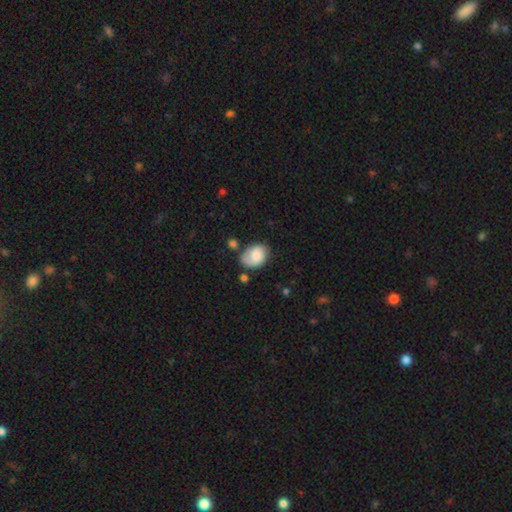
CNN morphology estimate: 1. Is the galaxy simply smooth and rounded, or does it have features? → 69% smooth, 23% featured or disk, 8% star or artifact.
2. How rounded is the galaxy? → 72% in between, 27% round, 1% cigar-shaped.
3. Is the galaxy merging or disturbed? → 54% none, 29% minor disturbance, 10% major disturbance, 7% merger.